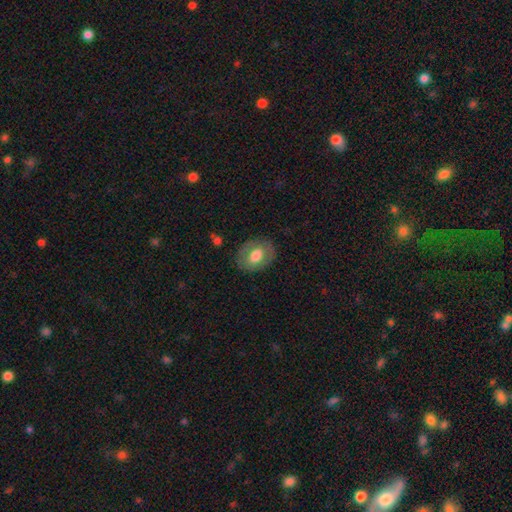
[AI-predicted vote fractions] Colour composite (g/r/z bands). It shows a smooth galaxy with no disk features (61%) that is in between round and cigar-shaped (68%). Merging: none (82%).